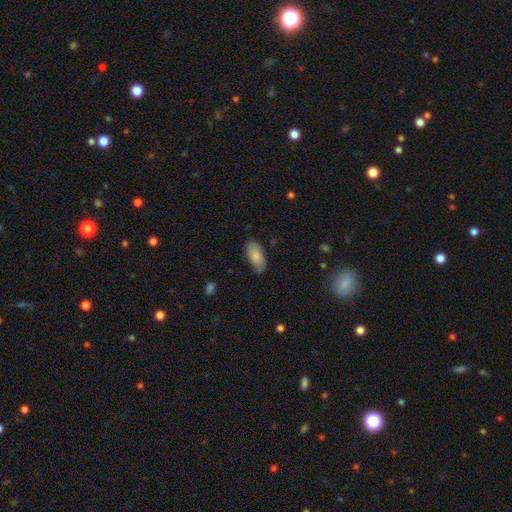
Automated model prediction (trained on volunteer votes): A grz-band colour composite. It shows a smooth galaxy with no disk features (82%) that is in between round and cigar-shaped (91%). Merging: none (78%).